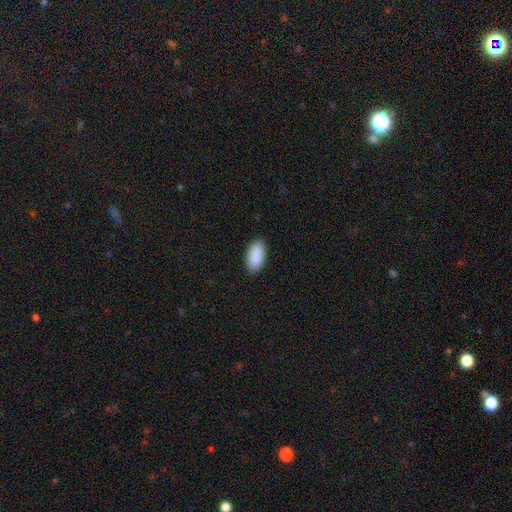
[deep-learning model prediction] A smooth galaxy with no disk features (91%) that is in between round and cigar-shaped (95%).

Vote fractions:
- Smooth or featured? smooth: 91% / star or artifact: 6% / featured or disk: 3%
- How rounded? in between: 95% / cigar-shaped: 2% / round: 2%
- Merging? none: 89% / minor disturbance: 8% / major disturbance: 2% / merger: 1%